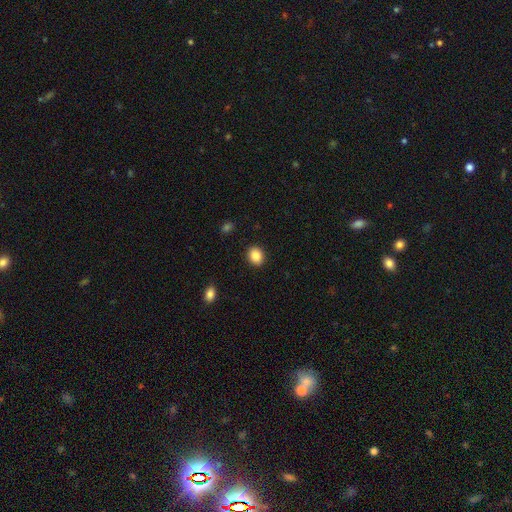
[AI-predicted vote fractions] smooth-or-featured: smooth: 87% | star or artifact: 9% | featured or disk: 4%
  how-rounded: round: 58% | in between: 41% | cigar-shaped: 1%
  merging: none: 91% | minor disturbance: 6% | major disturbance: 2% | merger: 1%